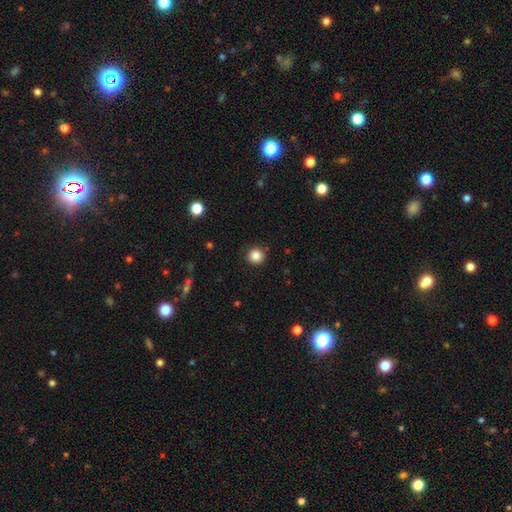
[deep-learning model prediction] A smooth galaxy with no disk features (85%) that is round (93%).

Vote fractions:
- Smooth or featured? smooth: 85% / star or artifact: 11% / featured or disk: 4%
- How rounded? round: 93% / in between: 6% / cigar-shaped: 1%
- Merging? none: 90% / minor disturbance: 7% / major disturbance: 2% / merger: 1%